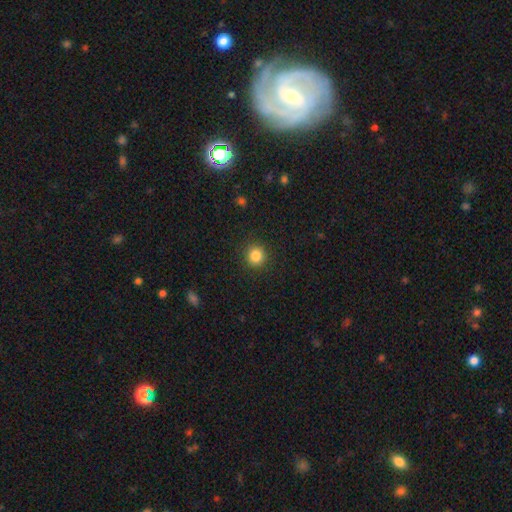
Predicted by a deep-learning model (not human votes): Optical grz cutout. It shows a smooth galaxy with no disk features (85%) that is round (92%). Merging: none (91%).